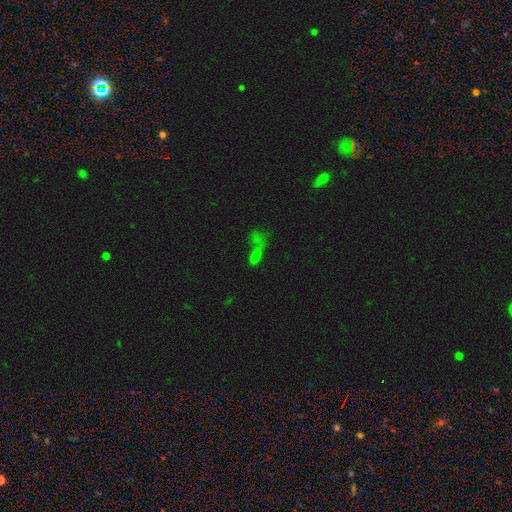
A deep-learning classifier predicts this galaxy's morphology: This is possibly a smooth galaxy (58%). How rounded: possibly in between (59%). Merging: marginally merger (40%).